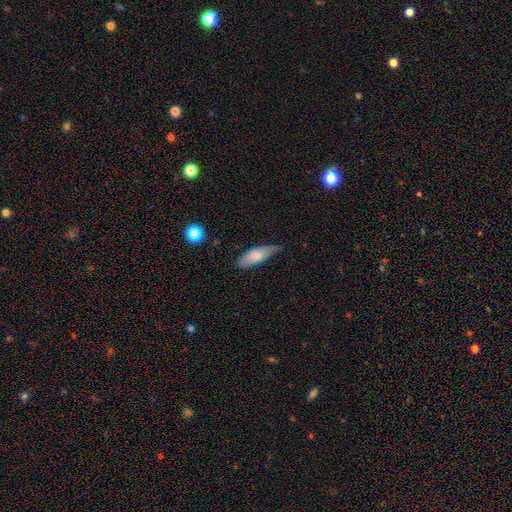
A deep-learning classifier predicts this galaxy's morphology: type=smooth (74%); roundness=in between (65%); merging=none (61%).